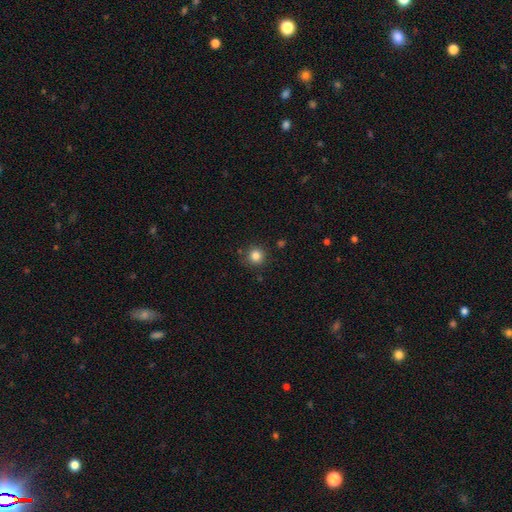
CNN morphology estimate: Smooth or featured? Predicted: smooth (p=0.83). How rounded? Predicted: round (p=0.94). Merging? Predicted: none (p=0.85).